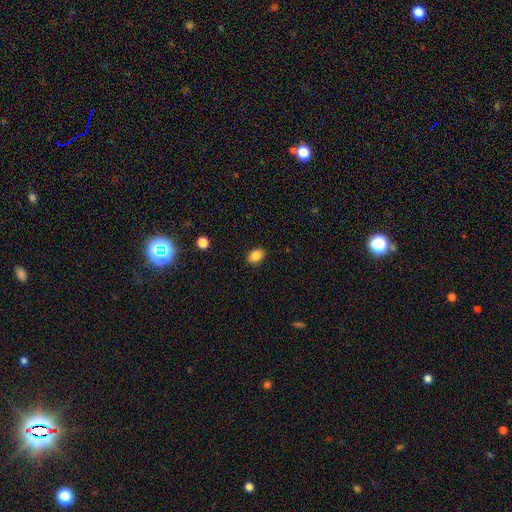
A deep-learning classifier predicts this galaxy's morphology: This is clearly a smooth galaxy (85%). How rounded: likely in between (70%). Merging: clearly none (88%).